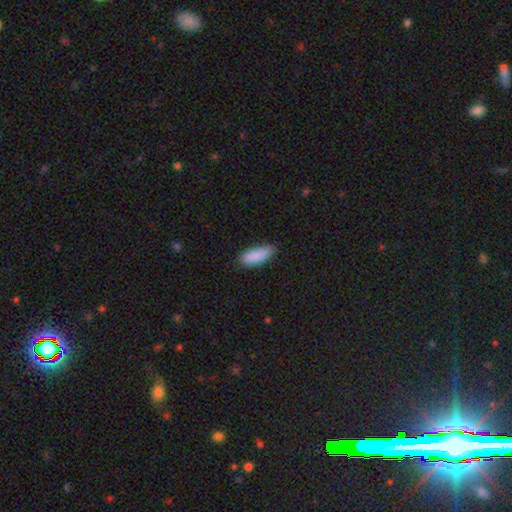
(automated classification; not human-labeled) The model was most divided on "how rounded": in between: 71%, cigar-shaped: 27%, round: 2%. More confident: smooth or featured — smooth (89%); merging — none (74%).